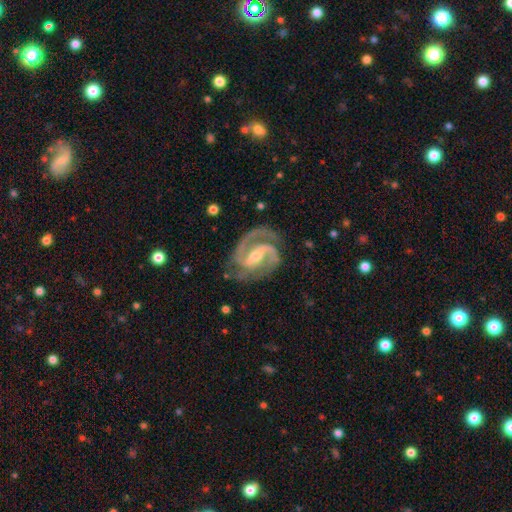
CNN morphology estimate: smooth-or-featured: featured or disk: 93% | star or artifact: 4% | smooth: 3%
  disk-edge-on: no: 98% | yes: 2%
    bar: strong: 54% | weak: 35% | no: 11%
    has-spiral-arms: yes: 98% | no: 2%
      spiral-winding: medium: 56% | tight: 35% | loose: 9%
      spiral-arm-count: 2: 88% | 3: 6% | can't tell: 2% | 1: 2% | 4: 1% | more than 4: 1%
    bulge-size: small: 56% | moderate: 40% | none: 2% | large: 2% | dominant: 1%
  merging: none: 76% | minor disturbance: 16% | major disturbance: 6% | merger: 2%